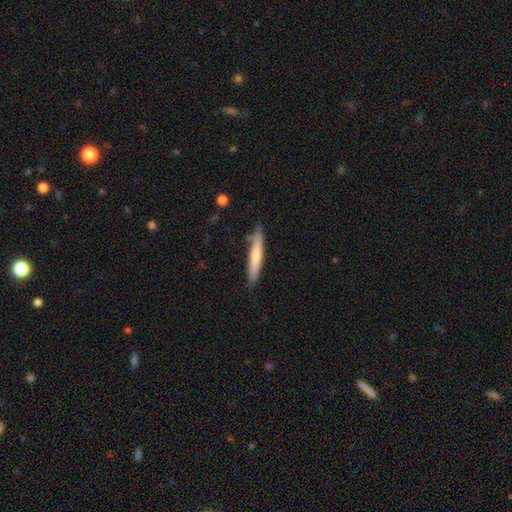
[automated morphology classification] Smooth or featured?
  - smooth: 65% *
  - featured or disk: 30%
  - star or artifact: 5%
How rounded?
  - cigar-shaped: 94% *
  - in between: 5%
  - round: 1%
Merging?
  - none: 82% *
  - minor disturbance: 14%
  - merger: 2%
  - major disturbance: 2%